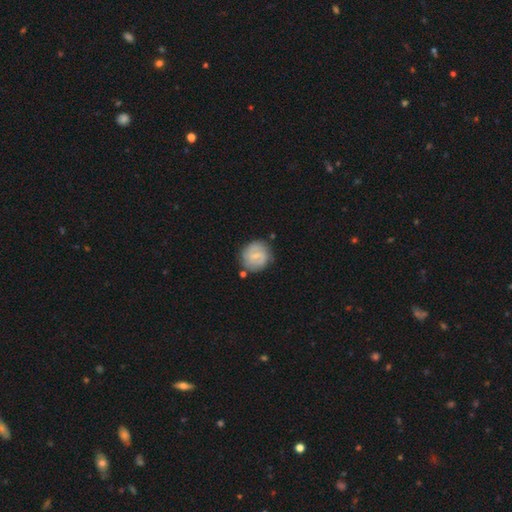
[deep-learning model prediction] This is likely a featured or disk galaxy (63%). It is clearly not viewed edge-on (98%). Bar: likely weak (60%). Spiral arm pattern: clearly yes (87%). Spiral arm count: likely 2 (61%). Spiral winding: possibly tight (56%). Central bulge: likely small (66%). Merging: likely none (76%).